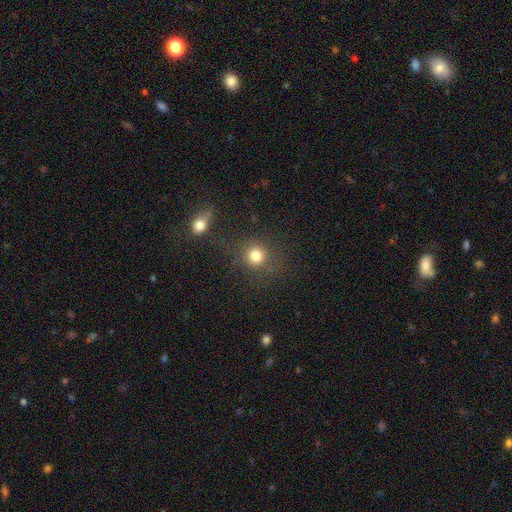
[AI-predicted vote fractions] Morphology: type=smooth (80%); roundness=round (88%); merging=none (75%).